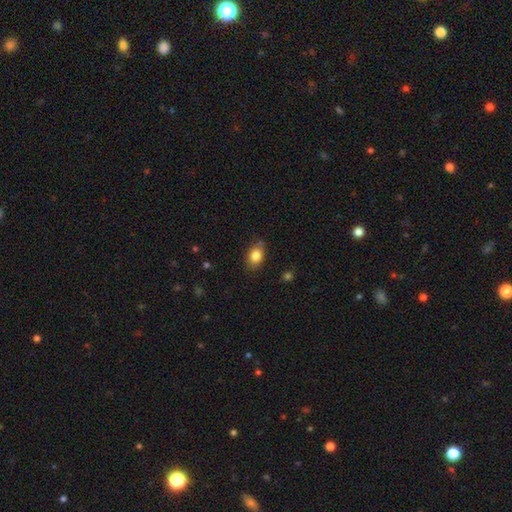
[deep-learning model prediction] Smooth or featured? Predicted: smooth (p=0.84). How rounded? Predicted: in between (p=0.76). Merging? Predicted: none (p=0.78).